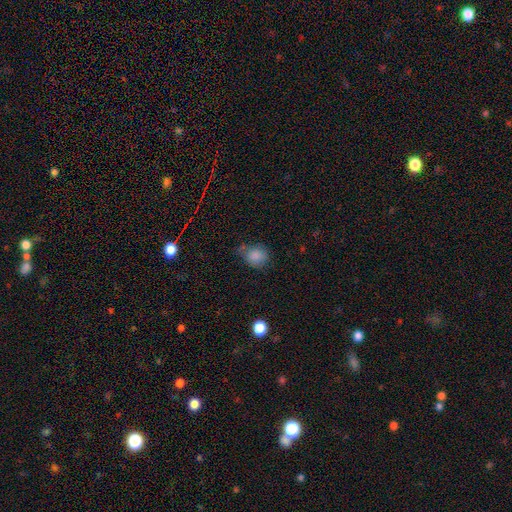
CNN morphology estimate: A smooth galaxy with no disk features (85%) that is round (70%).

Vote fractions:
- Smooth or featured? smooth: 85% / star or artifact: 10% / featured or disk: 6%
- How rounded? round: 70% / in between: 29% / cigar-shaped: 1%
- Merging? none: 56% / minor disturbance: 28% / merger: 8% / major disturbance: 8%